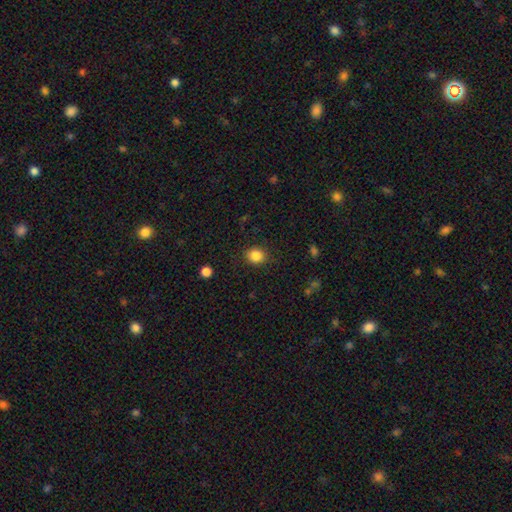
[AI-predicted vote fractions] A smooth galaxy with no disk features (85%) that is round (75%). Merging: none (87%).